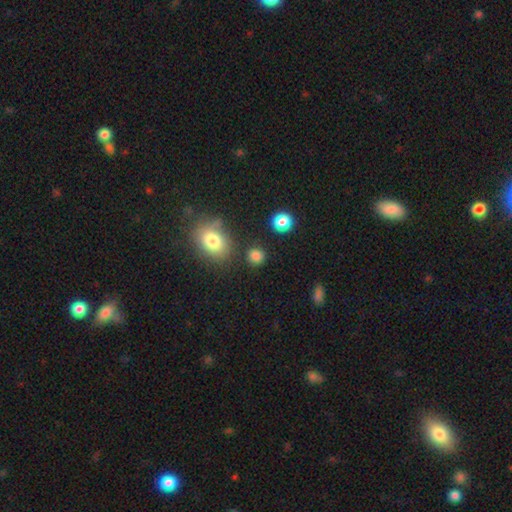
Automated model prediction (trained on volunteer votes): Smooth or featured? smooth (83%)
How rounded? round (86%)
Merging? none (84%)